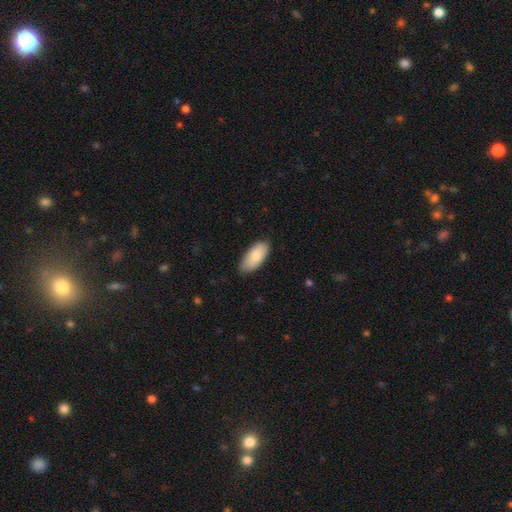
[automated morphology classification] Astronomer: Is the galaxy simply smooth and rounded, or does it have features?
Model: smooth — 84%.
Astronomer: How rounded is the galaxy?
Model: in between — 92%.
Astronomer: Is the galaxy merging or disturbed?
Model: none — 78%.